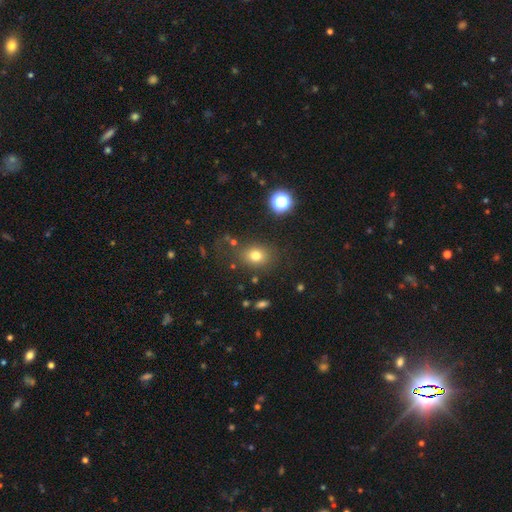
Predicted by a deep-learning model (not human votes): Morphology: type=smooth (75%); roundness=round (51%); merging=none (77%).